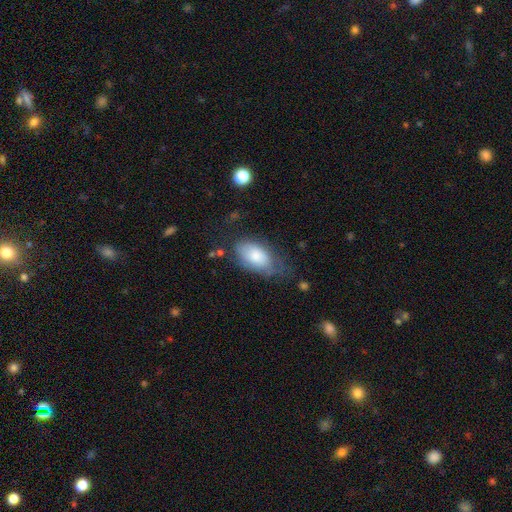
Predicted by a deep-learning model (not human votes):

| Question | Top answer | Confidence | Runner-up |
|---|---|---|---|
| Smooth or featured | smooth | 75% | featured or disk (19%) |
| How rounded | in between | 93% | round (4%) |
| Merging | none | 49% | minor disturbance (34%) |